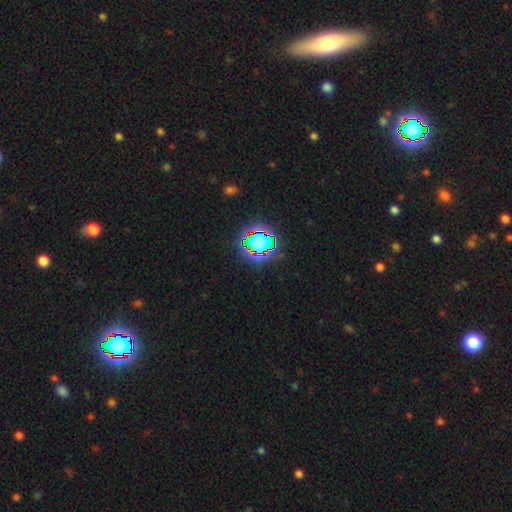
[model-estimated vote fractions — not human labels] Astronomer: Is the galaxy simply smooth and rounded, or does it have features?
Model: star or artifact — 72%.